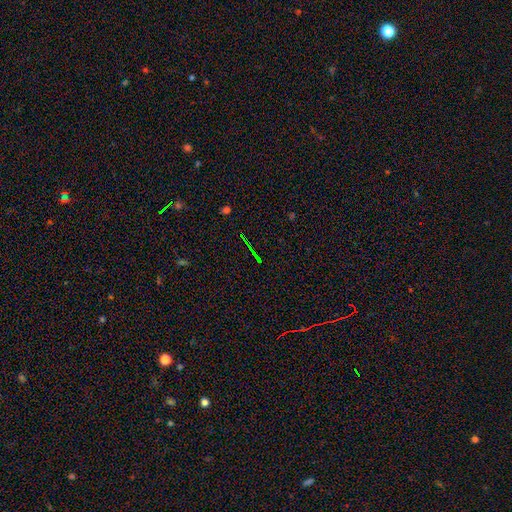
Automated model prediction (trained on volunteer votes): Smooth or featured? star or artifact (75%)